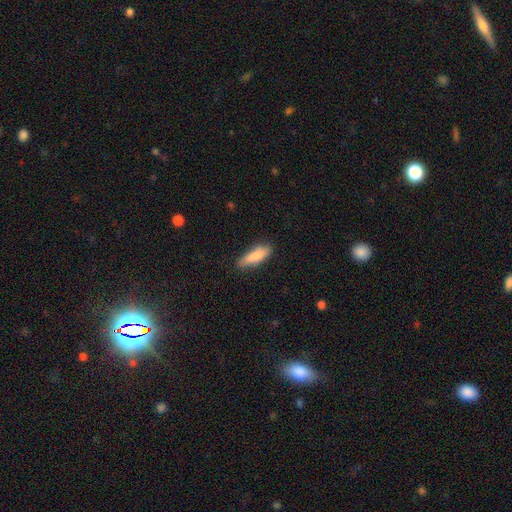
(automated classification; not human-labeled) smooth 84%, featured or disk 10%, star or artifact 6%. Down the decision tree: how rounded — cigar-shaped (52%); merging — none (83%).